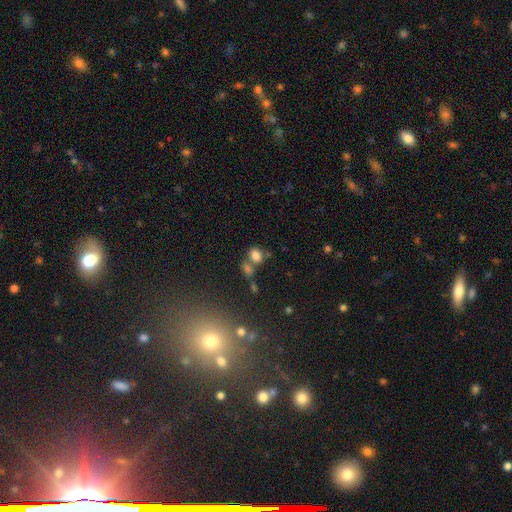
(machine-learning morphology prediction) The model was most divided on "merging": none: 43%, merger: 39%, minor disturbance: 12%, major disturbance: 6%. More confident: smooth or featured — smooth (77%); how rounded — in between (59%).